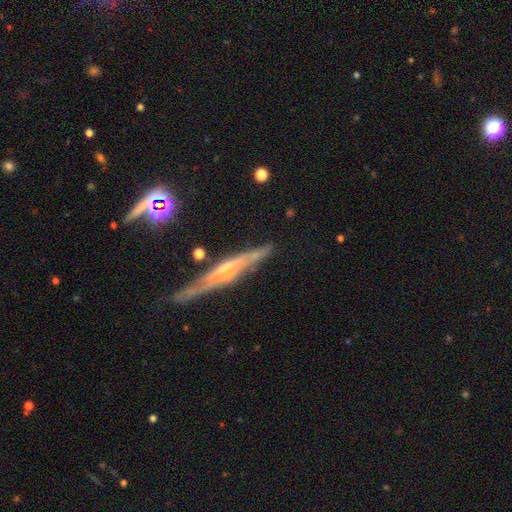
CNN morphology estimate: A featured or disk galaxy (77%) viewed edge-on (89%) with a rounded central bulge (65%).

Vote fractions:
- Smooth or featured? featured or disk: 77% / smooth: 14% / star or artifact: 8%
- Edge-on disk? yes: 89% / no: 11%
- Edge-on bulge? rounded: 65% / none: 23% / boxy: 12%
- Merging? none: 71% / minor disturbance: 20% / major disturbance: 5% / merger: 3%